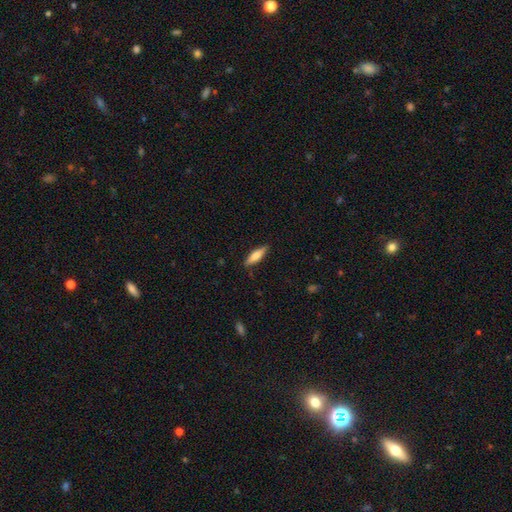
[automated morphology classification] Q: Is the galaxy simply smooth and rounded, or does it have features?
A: smooth — 69%.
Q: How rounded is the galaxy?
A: cigar-shaped — 62%.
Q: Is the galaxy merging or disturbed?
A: none — 87%.